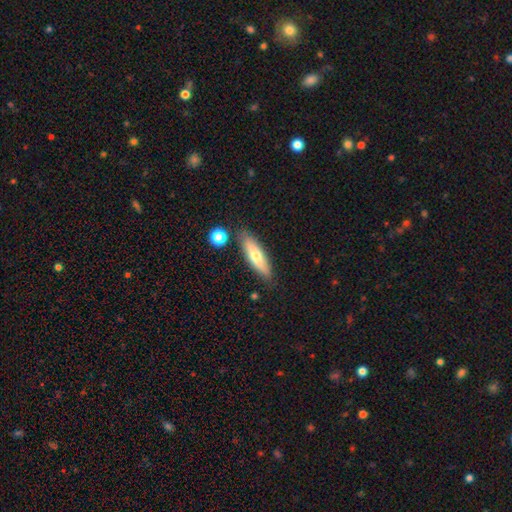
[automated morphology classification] Overall: smooth (62%; featured or disk 32%). How rounded: cigar-shaped (62%; in between 36%). Merging: none (82%).